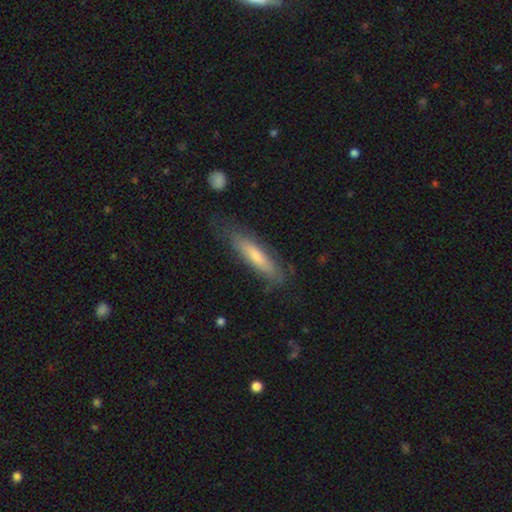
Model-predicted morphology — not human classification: smooth_or_featured: smooth (p=0.60) [alt: featured or disk p=0.34]
how_rounded: cigar-shaped (p=0.81) [alt: in between p=0.17]
merging: none (p=0.71) [alt: minor disturbance p=0.20]